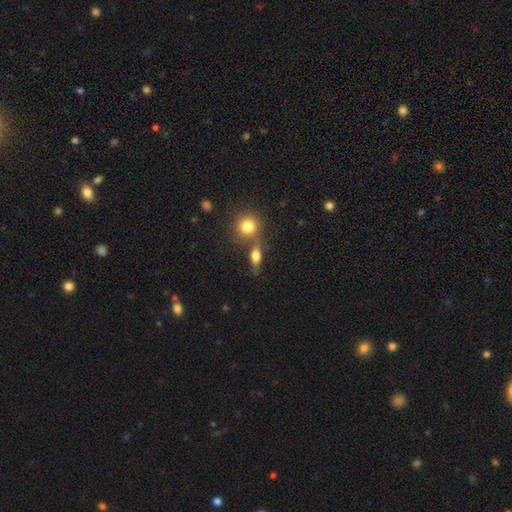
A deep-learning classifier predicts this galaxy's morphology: A smooth galaxy with no disk features (71%) that is in between round and cigar-shaped (63%).

Vote fractions:
- Smooth or featured? smooth: 71% / featured or disk: 18% / star or artifact: 11%
- How rounded? in between: 63% / round: 20% / cigar-shaped: 17%
- Merging? none: 59% / merger: 22% / minor disturbance: 13% / major disturbance: 5%